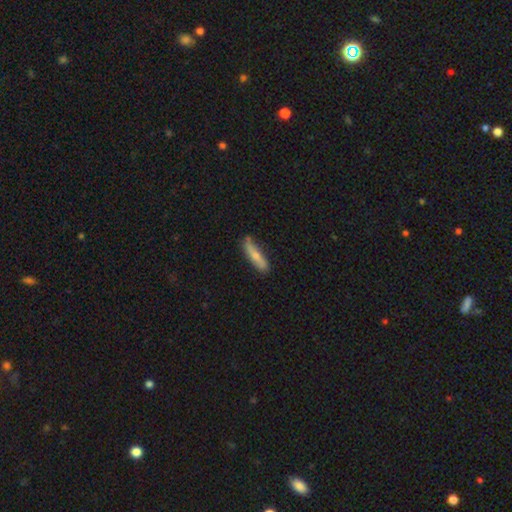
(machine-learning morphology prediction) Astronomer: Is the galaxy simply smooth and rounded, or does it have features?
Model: smooth — 63%.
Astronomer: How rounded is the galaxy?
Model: cigar-shaped — 80%.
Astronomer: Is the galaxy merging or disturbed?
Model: none — 76%.